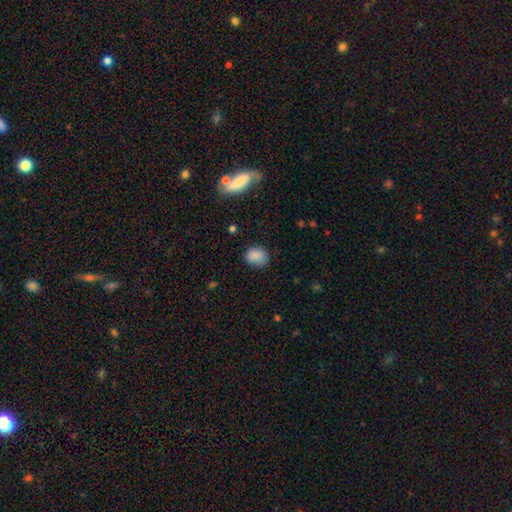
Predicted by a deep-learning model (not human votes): smooth-or-featured: smooth: 86% | star or artifact: 9% | featured or disk: 5%
  how-rounded: round: 54% | in between: 45% | cigar-shaped: 1%
  merging: none: 77% | minor disturbance: 17% | major disturbance: 4% | merger: 1%